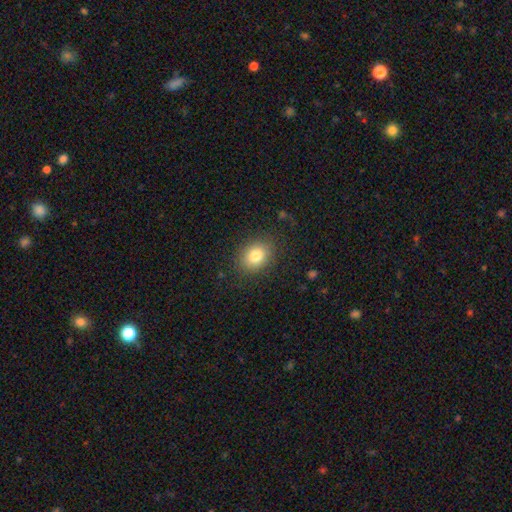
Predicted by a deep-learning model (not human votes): smooth-or-featured: smooth: 80% | star or artifact: 10% | featured or disk: 9%
  how-rounded: in between: 51% | round: 48% | cigar-shaped: 1%
  merging: none: 85% | minor disturbance: 10% | major disturbance: 4% | merger: 1%